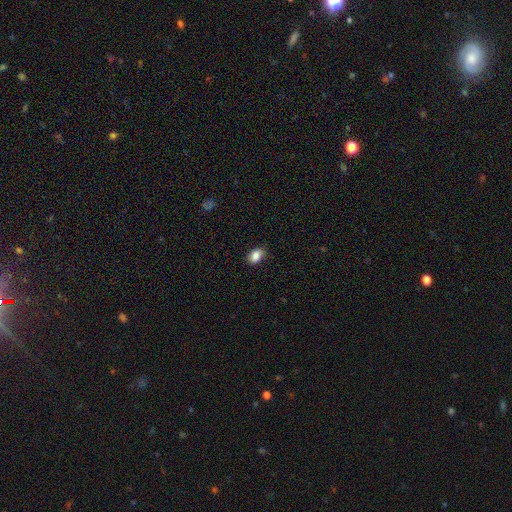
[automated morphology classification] A smooth galaxy with no disk features (85%) that is in between round and cigar-shaped (83%). Merging: none (79%).